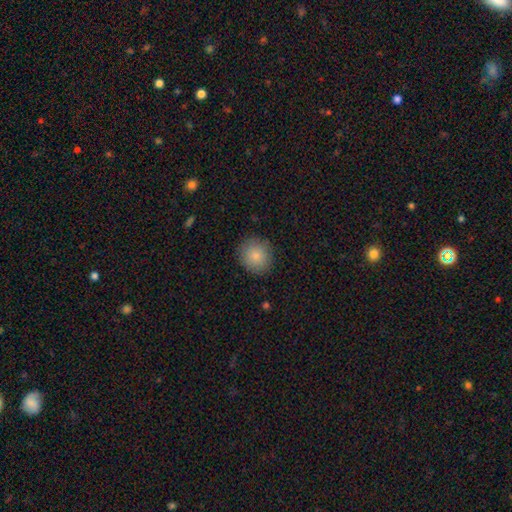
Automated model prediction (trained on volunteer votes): smooth_or_featured: smooth (p=0.85) [alt: star or artifact p=0.08]
how_rounded: round (p=0.86) [alt: in between p=0.13]
merging: none (p=0.88) [alt: minor disturbance p=0.09]